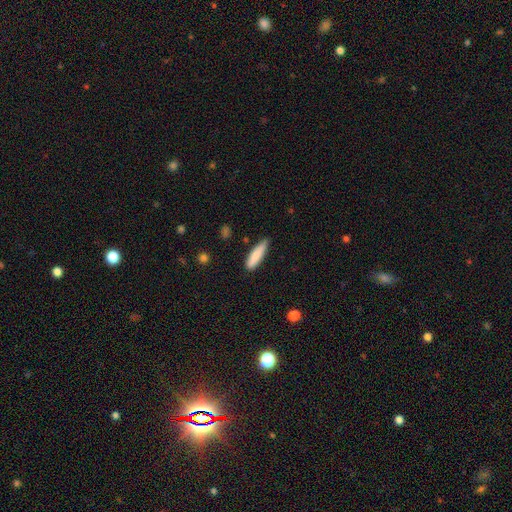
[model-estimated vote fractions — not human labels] Smooth or featured: smooth — 84% (featured or disk — 10%)
How rounded: cigar-shaped — 72% (in between — 27%)
Merging: none — 75% (minor disturbance — 20%)